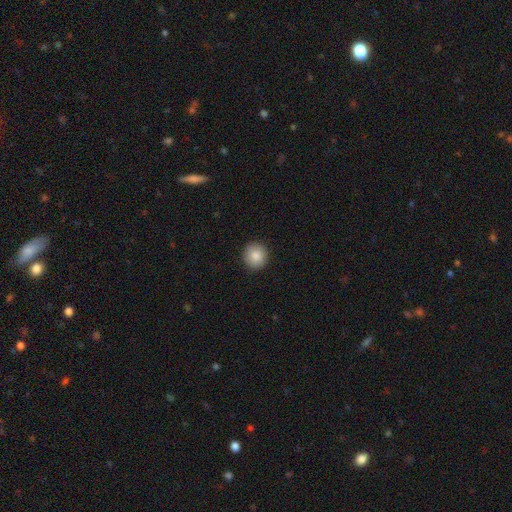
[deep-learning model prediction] This is clearly a smooth galaxy (86%). How rounded: clearly round (92%). Merging: clearly none (92%).